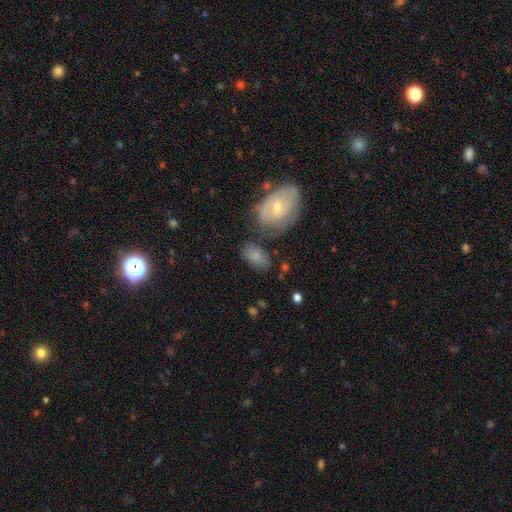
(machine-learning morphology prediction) type=smooth (73%); roundness=in between (90%); merging=none (60%).